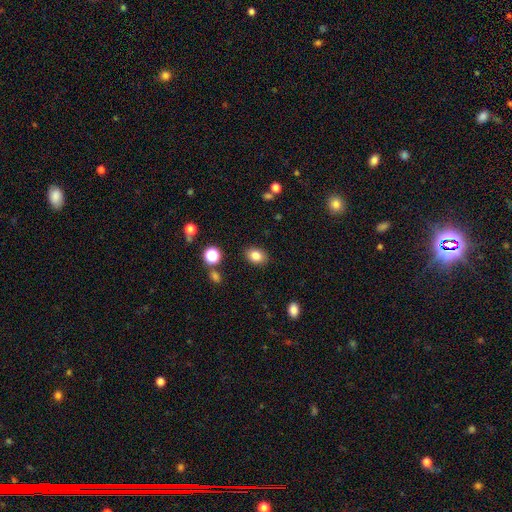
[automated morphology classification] A smooth galaxy with no disk features (83%) that is in between round and cigar-shaped (67%). Merging: none (86%).